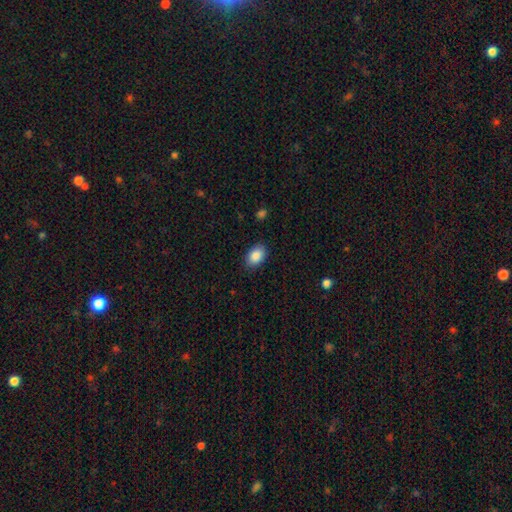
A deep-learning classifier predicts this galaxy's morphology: Smooth or featured? Predicted: smooth (p=0.88). How rounded? Predicted: in between (p=0.86). Merging? Predicted: none (p=0.86).